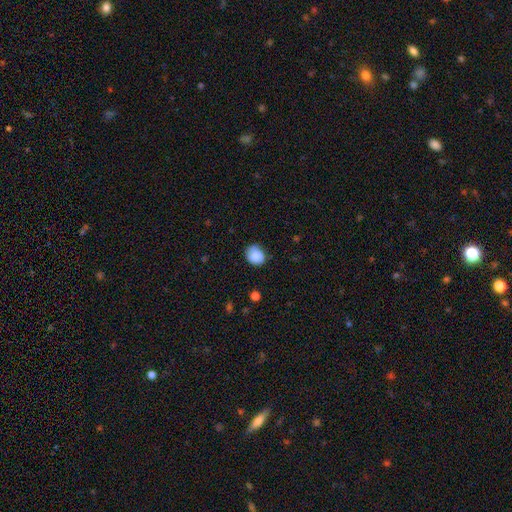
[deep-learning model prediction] Morphology: type=smooth (85%); roundness=round (68%); merging=none (69%).